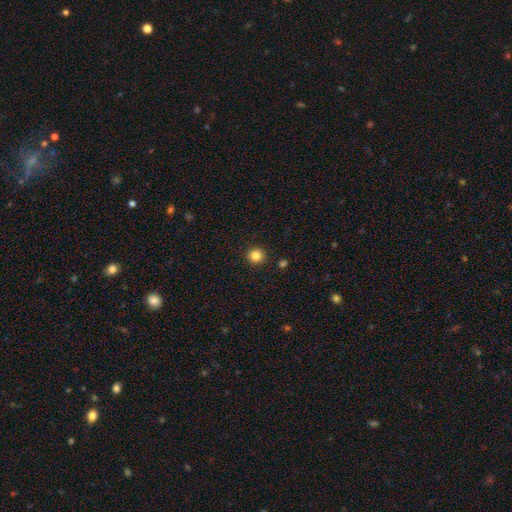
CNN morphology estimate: Q: Smooth or featured?
A: smooth (84%); runner-up: star or artifact (12%)
Q: How rounded?
A: round (93%); runner-up: in between (6%)
Q: Merging?
A: none (91%); runner-up: minor disturbance (5%)